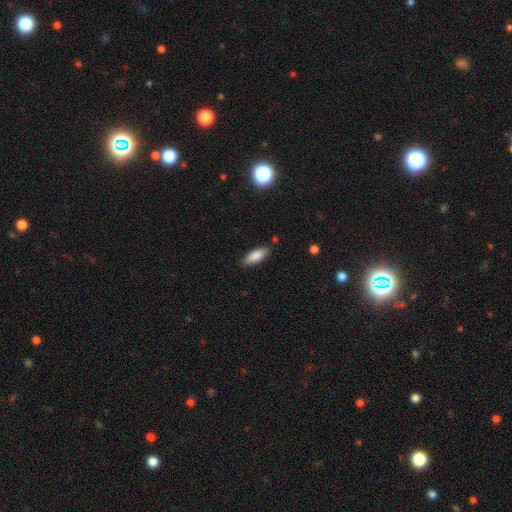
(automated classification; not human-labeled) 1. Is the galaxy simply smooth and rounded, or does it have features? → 84% smooth, 9% featured or disk, 7% star or artifact.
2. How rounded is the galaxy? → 76% in between, 22% cigar-shaped, 2% round.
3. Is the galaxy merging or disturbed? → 84% none, 12% minor disturbance, 2% major disturbance, 2% merger.